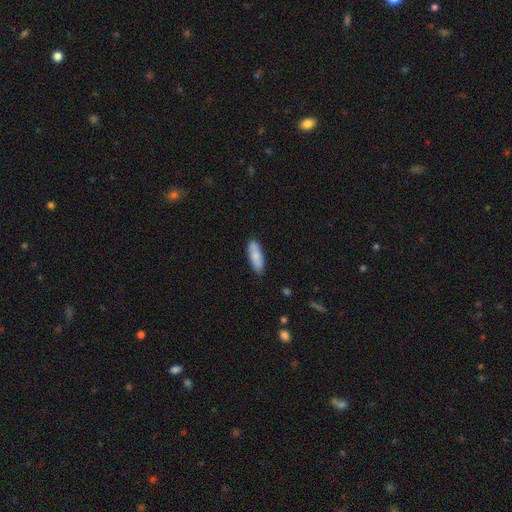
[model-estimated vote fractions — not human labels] Smooth or featured? smooth (81%)
How rounded? in between (59%)
Merging? none (83%)